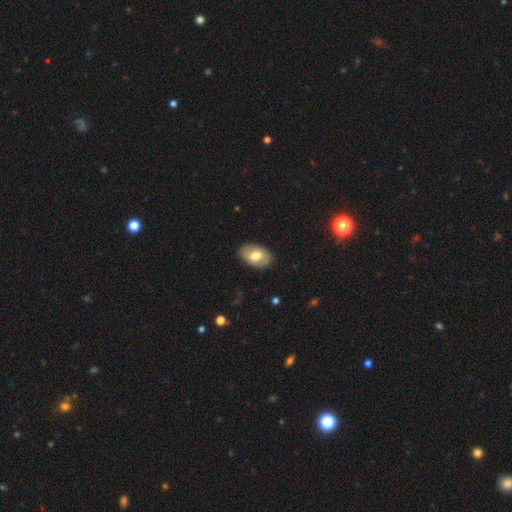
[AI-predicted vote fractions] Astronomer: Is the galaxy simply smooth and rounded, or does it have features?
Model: smooth — 71%.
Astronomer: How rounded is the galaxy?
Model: in between — 90%.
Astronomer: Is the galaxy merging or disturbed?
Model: none — 88%.